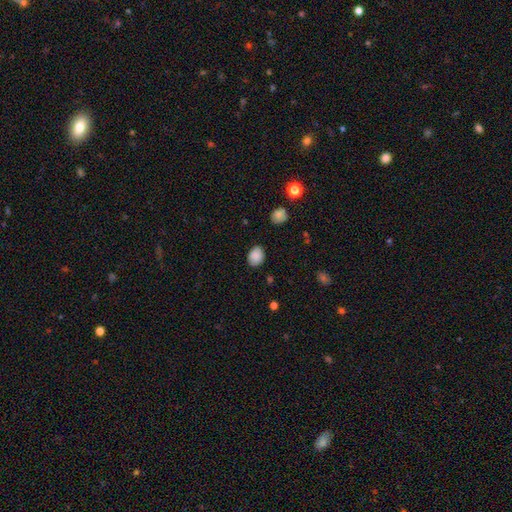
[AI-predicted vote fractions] Overall: smooth (87%). How rounded: in between (61%; round 38%). Merging: none (80%).